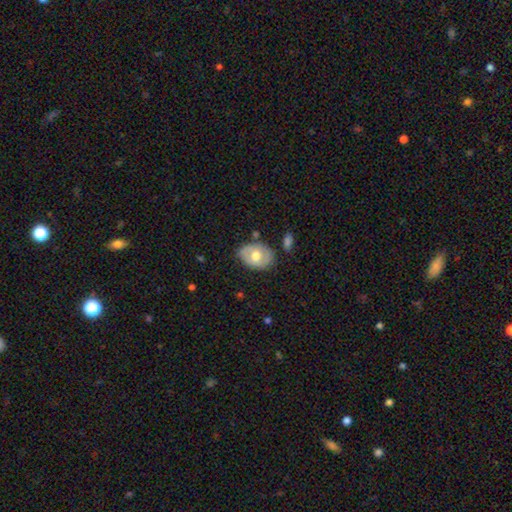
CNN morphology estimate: Q: Smooth or featured?
A: smooth (57%); runner-up: featured or disk (37%)
Q: How rounded?
A: in between (75%); runner-up: round (24%)
Q: Merging?
A: none (72%); runner-up: minor disturbance (19%)